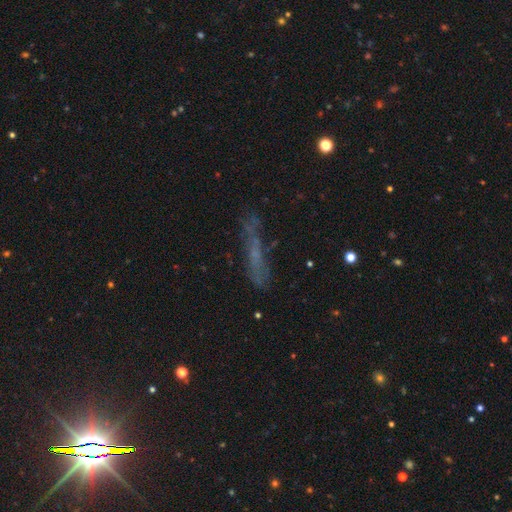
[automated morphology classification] This is marginally a smooth galaxy (39%, tied with featured or disk). Merging: likely none (61%).